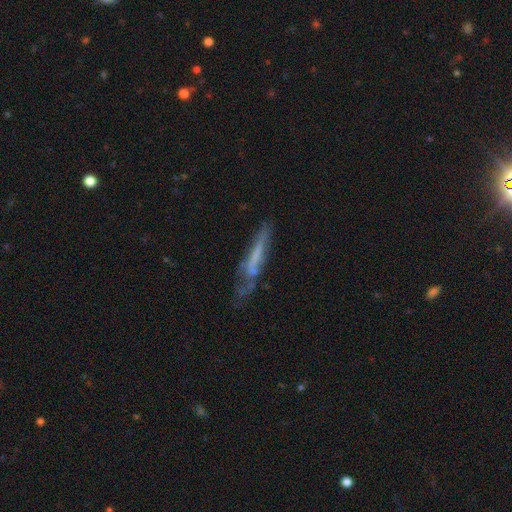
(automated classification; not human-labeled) Smooth or featured?
  - featured or disk: 50% *
  - smooth: 41%
  - star or artifact: 9%
Edge-on disk?
  - yes: 63% *
  - no: 37%
Merging?
  - none: 46% *
  - minor disturbance: 28%
  - major disturbance: 20%
  - merger: 5%